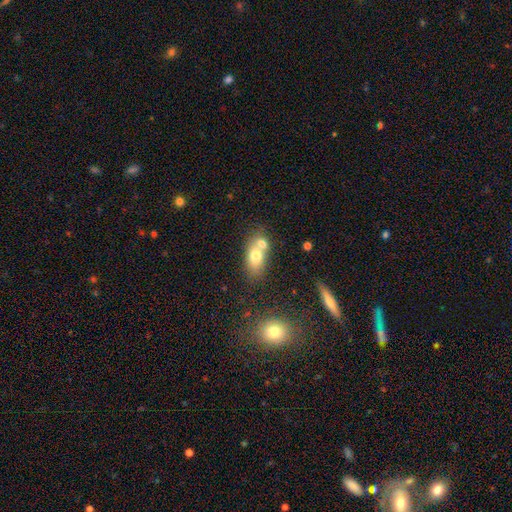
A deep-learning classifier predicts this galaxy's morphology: Smooth or featured? Predicted: smooth (p=0.70). How rounded? Predicted: in between (p=0.77). Merging? Predicted: merger (p=0.57).